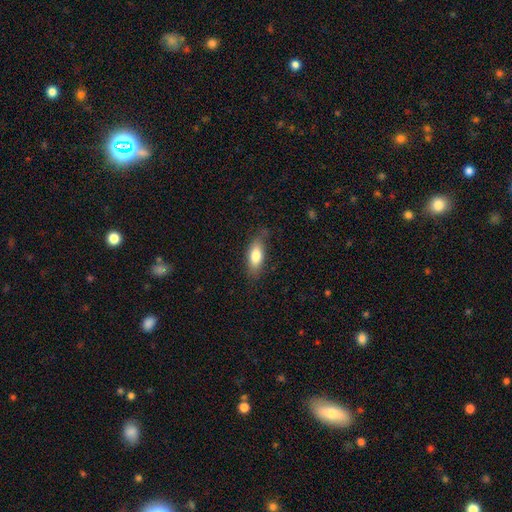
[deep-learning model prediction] smooth-or-featured: smooth: 78% | featured or disk: 16% | star or artifact: 7%
  how-rounded: in between: 80% | cigar-shaped: 17% | round: 3%
  merging: none: 72% | minor disturbance: 21% | major disturbance: 6% | merger: 1%